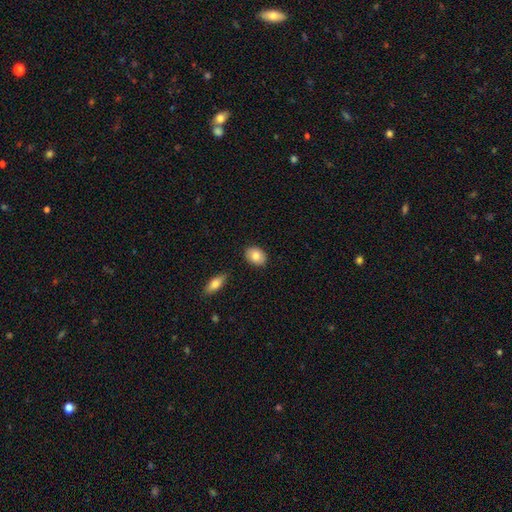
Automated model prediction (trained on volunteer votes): smooth-or-featured: smooth: 83% | featured or disk: 11% | star or artifact: 7%
  how-rounded: in between: 71% | round: 28% | cigar-shaped: 1%
  merging: none: 87% | minor disturbance: 9% | merger: 2% | major disturbance: 2%